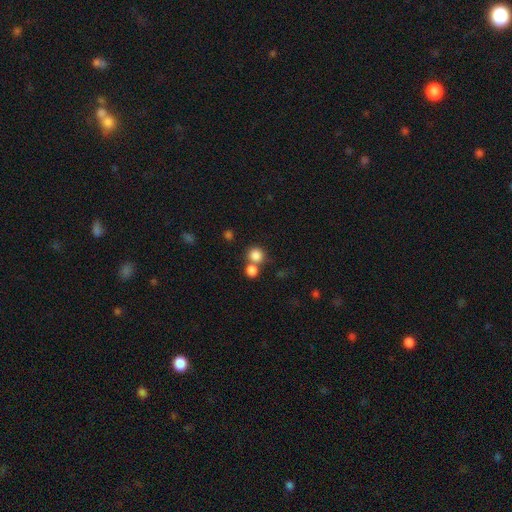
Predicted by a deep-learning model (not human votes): Overall: smooth (83%). How rounded: round (87%). Merging: none (56%; merger 33%).